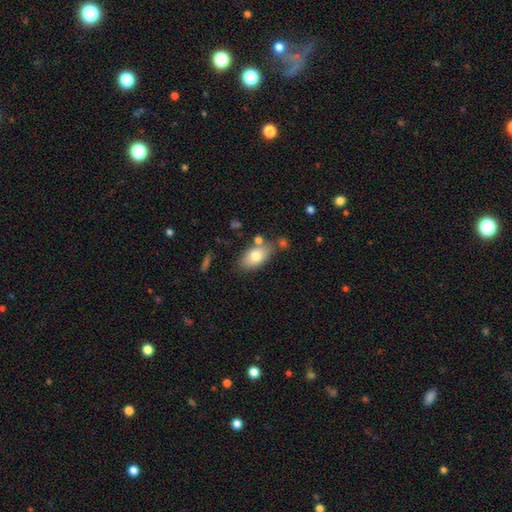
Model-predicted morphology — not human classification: smooth-or-featured: smooth: 77% | featured or disk: 16% | star or artifact: 7%
  how-rounded: in between: 90% | round: 6% | cigar-shaped: 4%
  merging: none: 71% | minor disturbance: 16% | merger: 10% | major disturbance: 4%